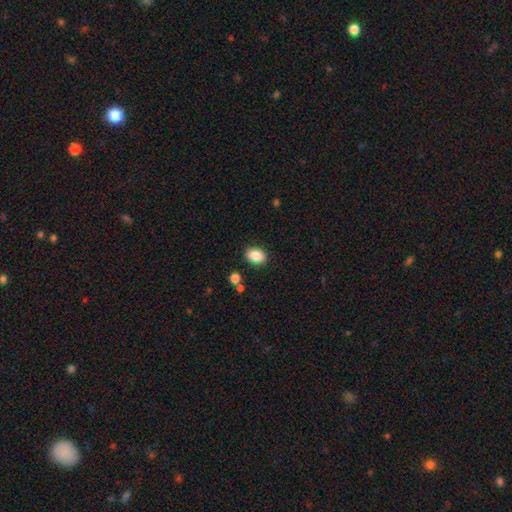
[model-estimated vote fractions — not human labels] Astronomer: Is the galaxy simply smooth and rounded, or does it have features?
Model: smooth — 87%.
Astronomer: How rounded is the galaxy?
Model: in between — 77%.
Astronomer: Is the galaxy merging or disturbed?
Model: none — 87%.